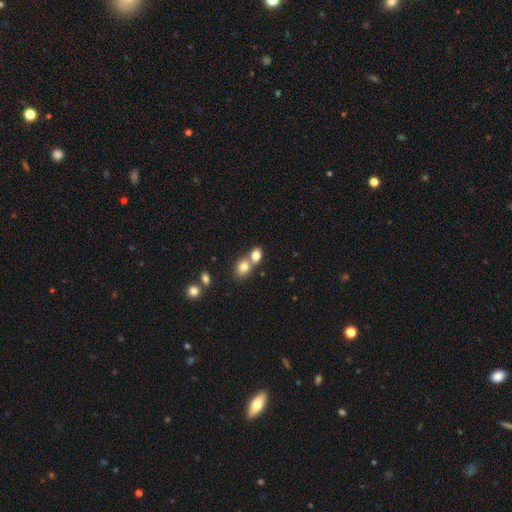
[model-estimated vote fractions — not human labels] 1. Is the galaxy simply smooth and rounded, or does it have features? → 80% smooth, 10% star or artifact, 10% featured or disk.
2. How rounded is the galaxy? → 53% in between, 45% round, 1% cigar-shaped.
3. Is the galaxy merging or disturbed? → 59% merger, 32% none, 7% minor disturbance, 3% major disturbance.